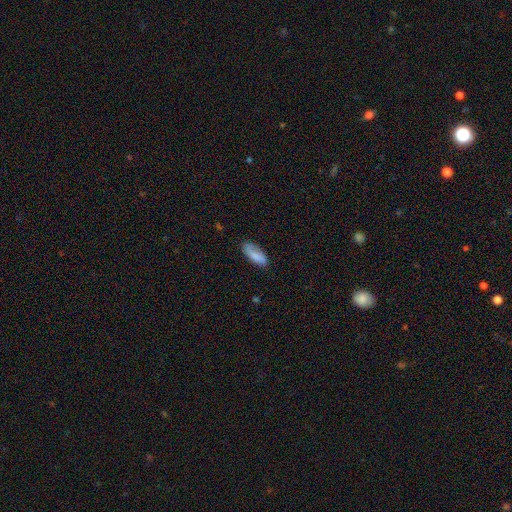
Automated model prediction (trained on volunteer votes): Smooth or featured? smooth (82%)
How rounded? in between (78%)
Merging? none (68%)